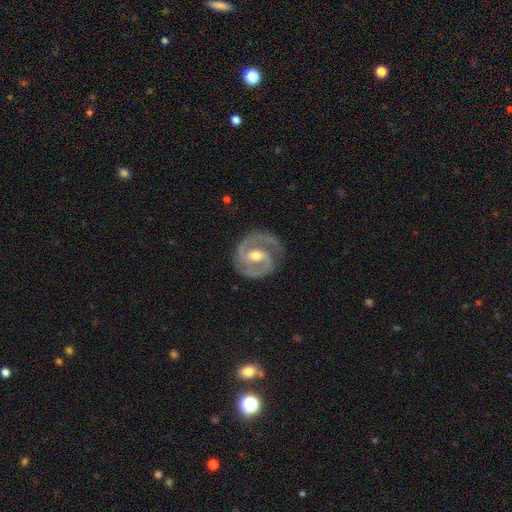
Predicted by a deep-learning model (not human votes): The model was most divided on "spiral winding": tight: 49%, medium: 45%, loose: 7%. Remaining: edge-on disk — no (98%); spiral arms — yes (97%); smooth or featured — featured or disk (91%); spiral arm count — 2 (88%); merging — none (81%); bulge size — moderate (68%); bar — weak (47%).